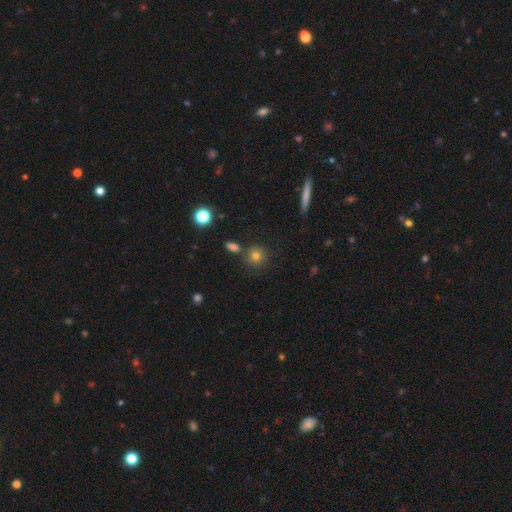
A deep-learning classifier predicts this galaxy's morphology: smooth-or-featured: smooth: 76% | star or artifact: 15% | featured or disk: 9%
  how-rounded: round: 89% | in between: 9% | cigar-shaped: 2%
  merging: none: 79% | merger: 10% | minor disturbance: 8% | major disturbance: 3%